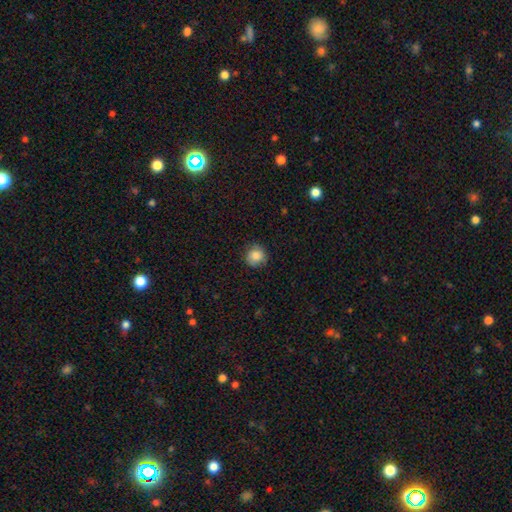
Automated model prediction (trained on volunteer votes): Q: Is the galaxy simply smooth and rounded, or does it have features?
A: smooth — 84%.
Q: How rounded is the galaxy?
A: round — 91%.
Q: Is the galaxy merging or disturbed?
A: none — 82%.